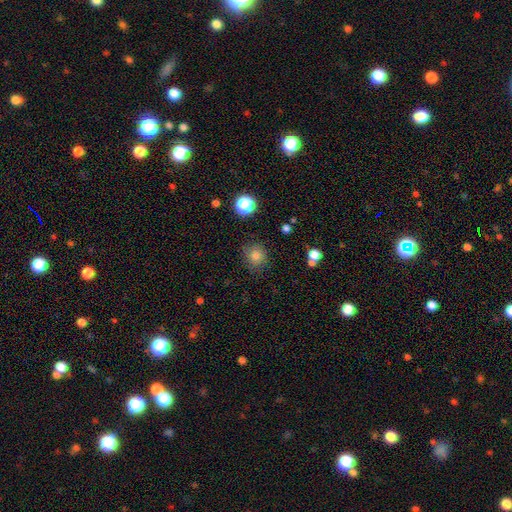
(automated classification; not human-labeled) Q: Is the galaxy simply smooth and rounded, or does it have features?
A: smooth — 79%.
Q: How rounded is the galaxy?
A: round — 88%.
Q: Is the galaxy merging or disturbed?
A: none — 83%.